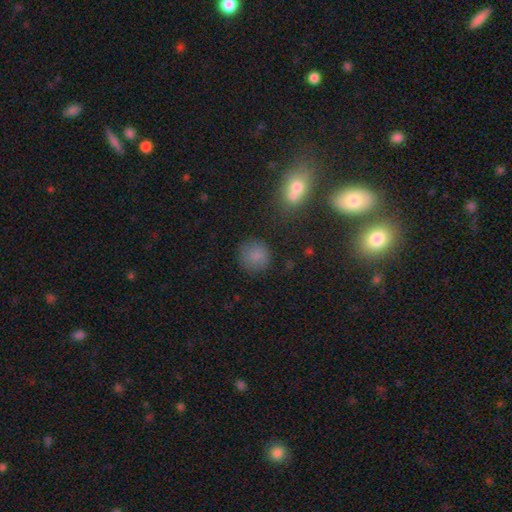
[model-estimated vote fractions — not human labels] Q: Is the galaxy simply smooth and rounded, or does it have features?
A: smooth — 82%.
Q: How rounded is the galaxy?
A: round — 93%.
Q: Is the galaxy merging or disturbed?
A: none — 85%.